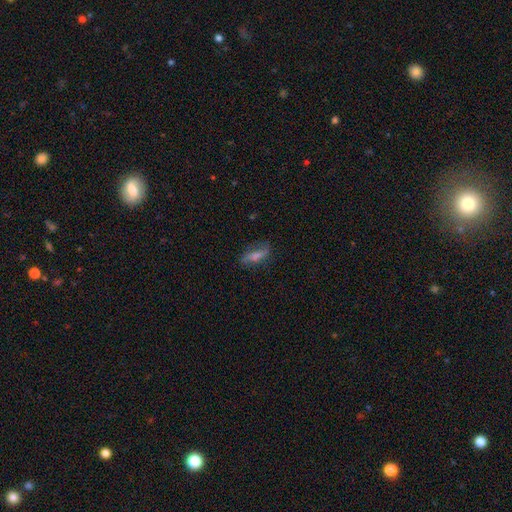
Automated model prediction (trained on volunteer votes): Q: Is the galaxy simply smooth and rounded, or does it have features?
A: featured or disk — 46%.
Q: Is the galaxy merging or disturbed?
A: none — 71%.